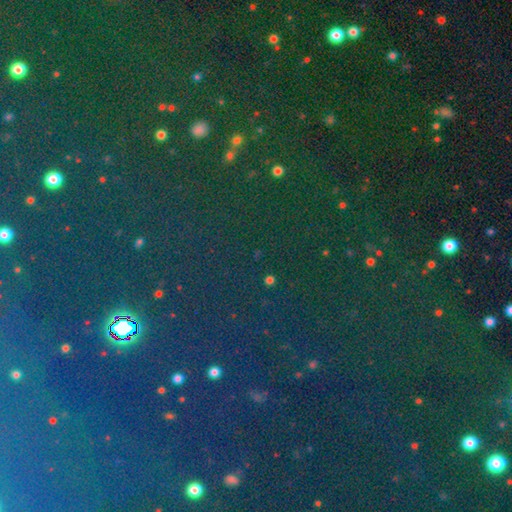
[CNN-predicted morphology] smooth-or-featured: star or artifact: 80% | smooth: 12% | featured or disk: 8%